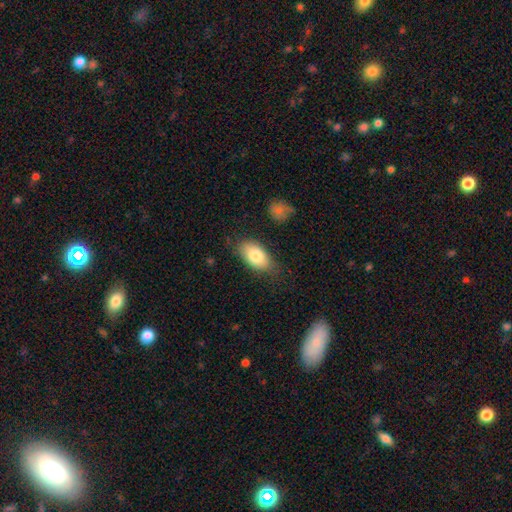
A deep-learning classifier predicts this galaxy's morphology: smooth 81%, featured or disk 13%, star or artifact 6%. Down the decision tree: how rounded — in between (93%); merging — none (75%).